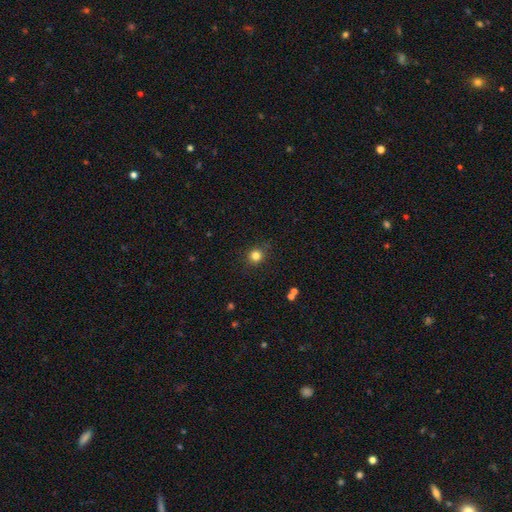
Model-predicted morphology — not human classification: Q: Smooth or featured?
A: smooth (82%); runner-up: star or artifact (13%)
Q: How rounded?
A: round (90%); runner-up: in between (9%)
Q: Merging?
A: none (87%); runner-up: minor disturbance (9%)